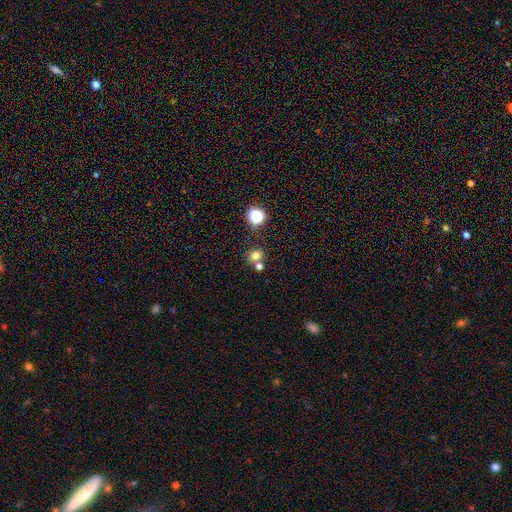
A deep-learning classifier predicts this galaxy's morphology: smooth_or_featured: smooth (p=0.73) [alt: star or artifact p=0.19]
how_rounded: round (p=0.68) [alt: in between p=0.30]
merging: none (p=0.60) [alt: merger p=0.26]